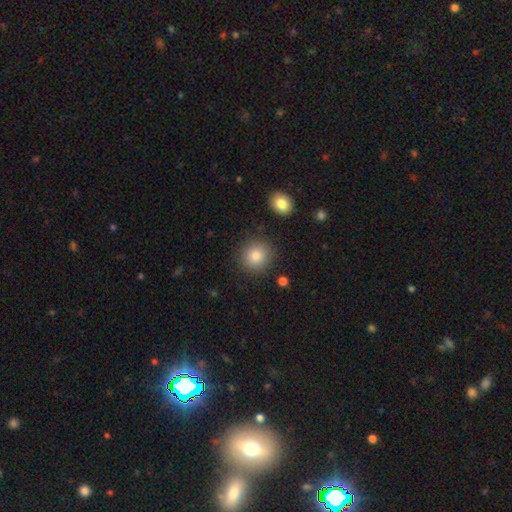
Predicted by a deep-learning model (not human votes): smooth 84%, star or artifact 10%, featured or disk 6%. Down the decision tree: how rounded — round (89%); merging — none (88%).